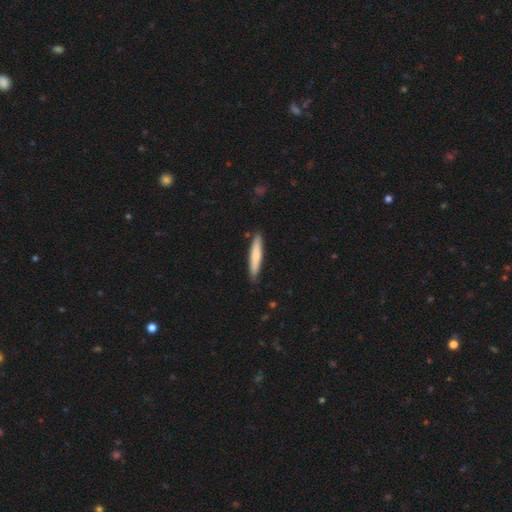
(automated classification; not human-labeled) smooth_or_featured: smooth (p=0.73) [alt: featured or disk p=0.22]
how_rounded: cigar-shaped (p=0.91) [alt: in between p=0.08]
merging: none (p=0.86) [alt: minor disturbance p=0.11]